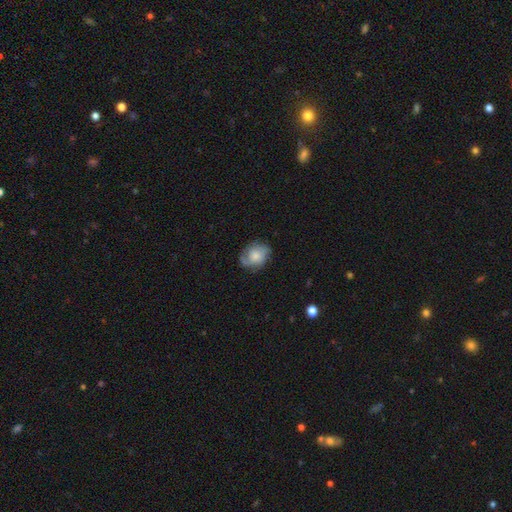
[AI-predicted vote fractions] Smooth or featured?
  - smooth: 55% *
  - featured or disk: 37%
  - star or artifact: 8%
How rounded?
  - in between: 56% *
  - round: 43%
  - cigar-shaped: 1%
Merging?
  - none: 65% *
  - minor disturbance: 24%
  - major disturbance: 9%
  - merger: 1%